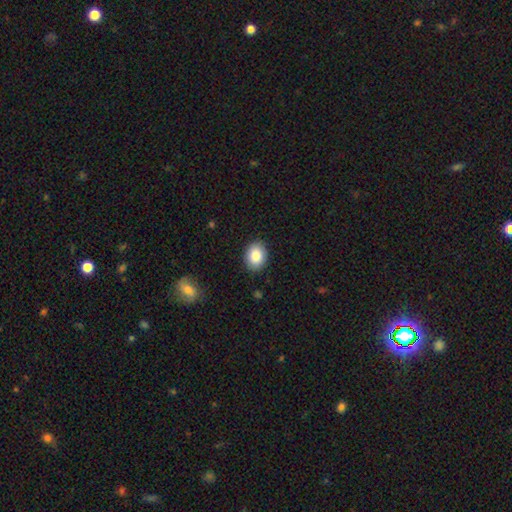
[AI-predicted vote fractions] Smooth or featured? smooth (86%)
How rounded? in between (62%)
Merging? none (89%)